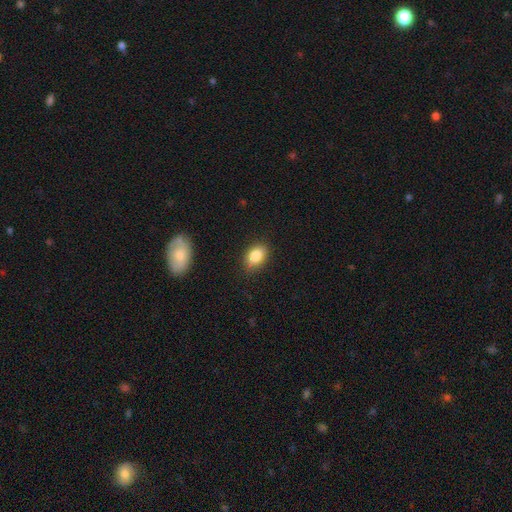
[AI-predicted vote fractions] This is clearly a smooth galaxy (85%). How rounded: likely in between (75%). Merging: clearly none (83%).